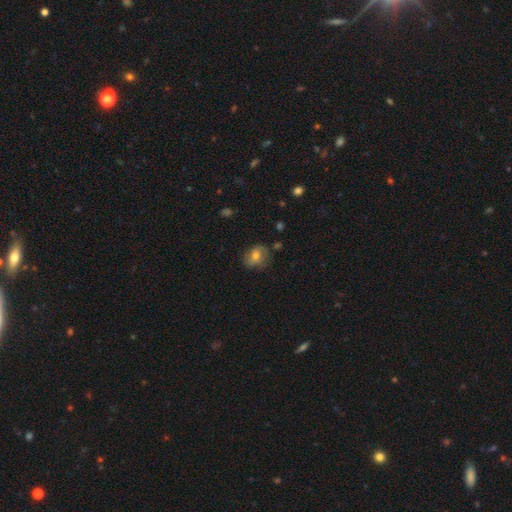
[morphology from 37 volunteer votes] A smooth galaxy with no disk features (65%) that is round (79%).

Vote fractions:
- Smooth or featured? smooth: 65% / featured or disk: 32% / star or artifact: 3%
- How rounded? round: 79% / in between: 21% / cigar-shaped: 0%
- Merging? none: 67% / minor disturbance: 31% / major disturbance: 3% / merger: 0%